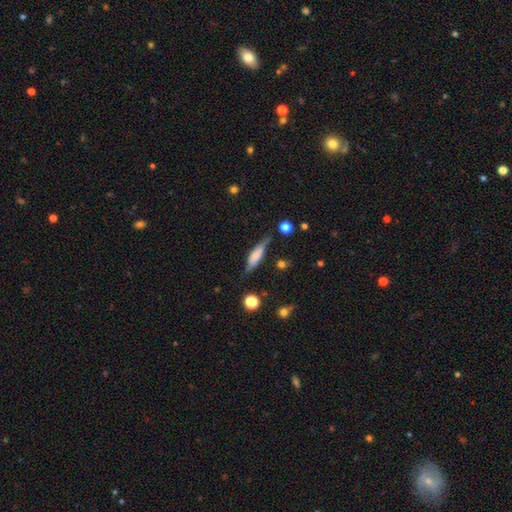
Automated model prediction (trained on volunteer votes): Morphology: type=smooth (52%); roundness=cigar-shaped (67%); merging=none (71%).